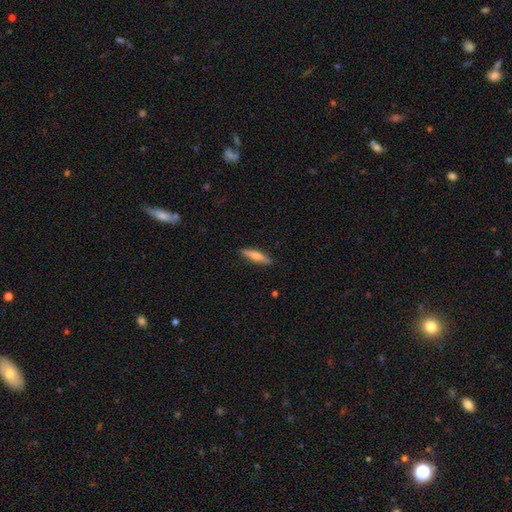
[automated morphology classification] smooth 63%, featured or disk 31%, star or artifact 6%. Down the decision tree: how rounded — cigar-shaped (81%); merging — none (89%).